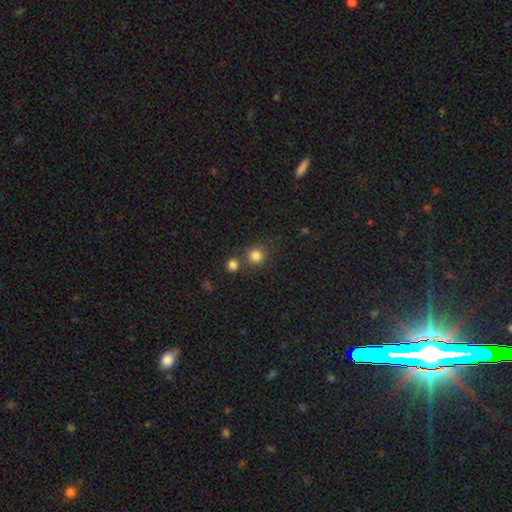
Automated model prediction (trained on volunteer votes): This appears to be a smooth galaxy with no disk features (82%) that is round (90%). Merging: none (68%).